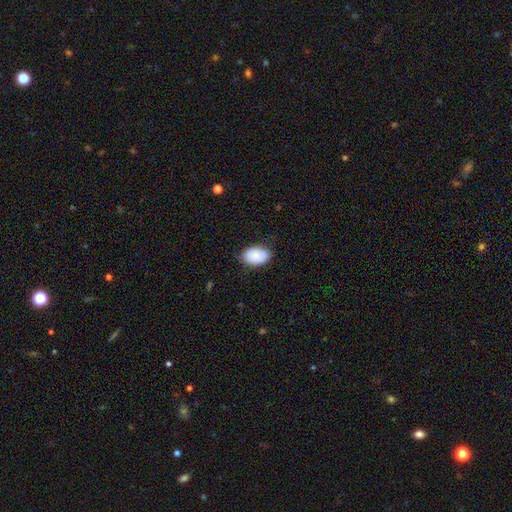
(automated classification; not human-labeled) Morphology: type=smooth (82%); roundness=in between (90%); merging=none (74%).